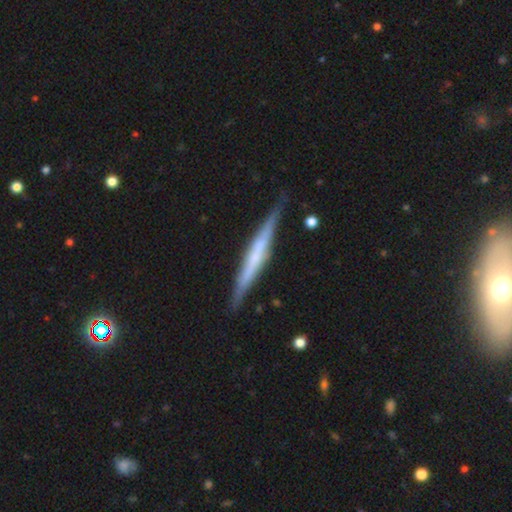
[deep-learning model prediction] The model was most divided on "edge-on bulge": none: 51%, rounded: 29%, boxy: 20%. More confident: edge-on disk — yes (96%); merging — none (86%); smooth or featured — featured or disk (63%).